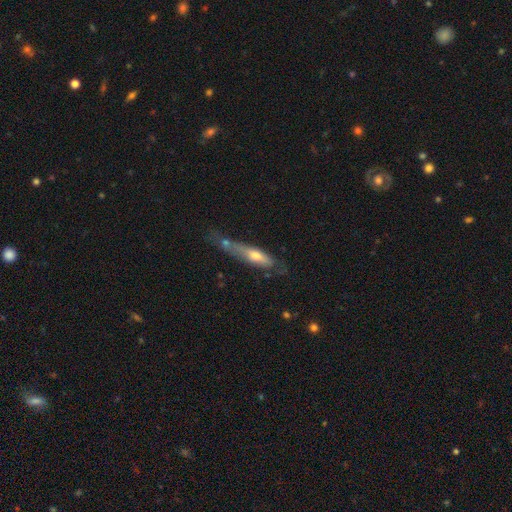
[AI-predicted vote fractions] This is possibly a featured or disk galaxy (47%). Merging: marginally none (42%).